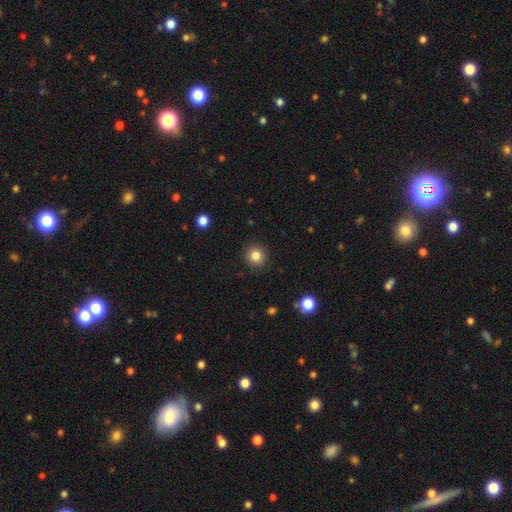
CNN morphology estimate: Smooth or featured? Predicted: smooth (p=0.84). How rounded? Predicted: round (p=0.91). Merging? Predicted: none (p=0.90).